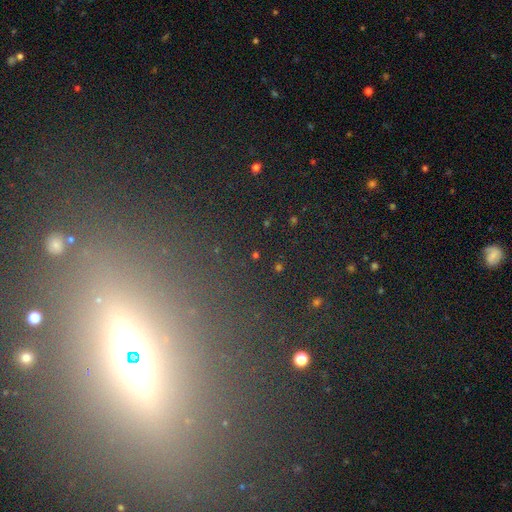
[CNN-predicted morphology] star or artifact 62%, smooth 26%, featured or disk 12%.